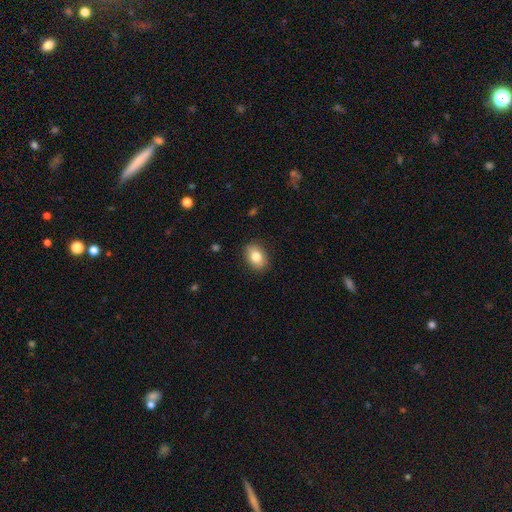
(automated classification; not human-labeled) The model was most divided on "how rounded": in between: 75%, round: 24%, cigar-shaped: 1%. More confident: merging — none (87%); smooth or featured — smooth (82%).